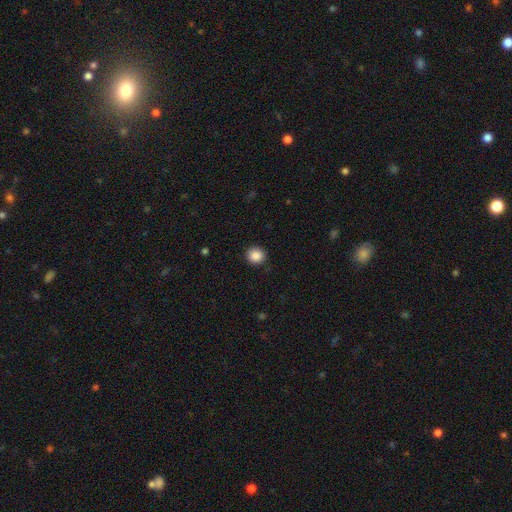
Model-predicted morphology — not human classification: smooth_or_featured: smooth (p=0.88) [alt: star or artifact p=0.09]
how_rounded: round (p=0.86) [alt: in between p=0.13]
merging: none (p=0.90) [alt: minor disturbance p=0.07]